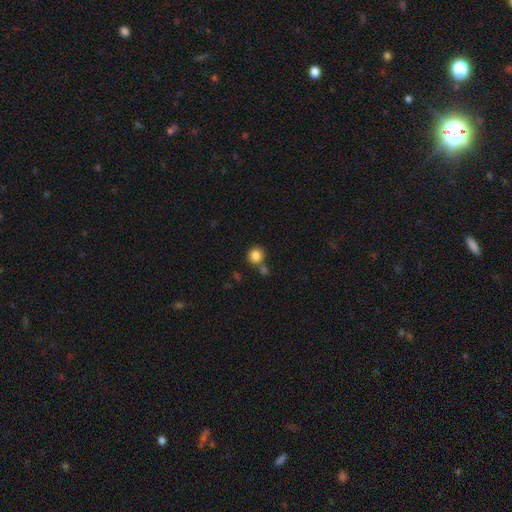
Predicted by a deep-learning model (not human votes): smooth-or-featured: smooth: 85% | star or artifact: 10% | featured or disk: 5%
  how-rounded: round: 91% | in between: 8% | cigar-shaped: 1%
  merging: none: 69% | merger: 18% | minor disturbance: 9% | major disturbance: 3%